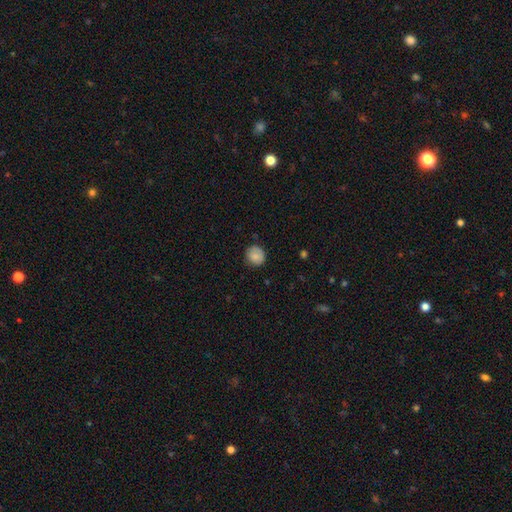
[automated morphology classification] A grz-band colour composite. It shows a smooth galaxy with no disk features (84%) that is round (86%). Merging: none (81%).